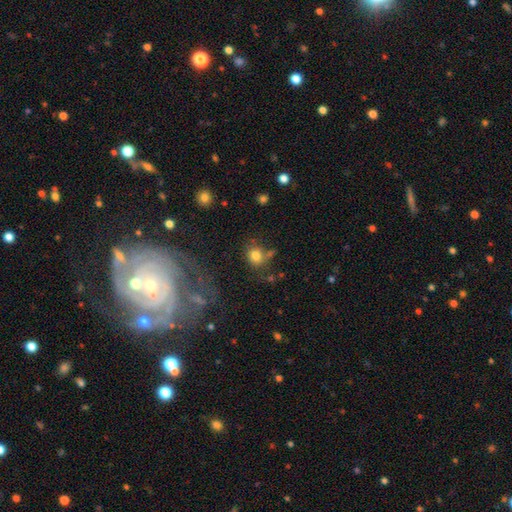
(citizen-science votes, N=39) Overall: smooth (87%). How rounded: round (91%). Merging: none (63%).